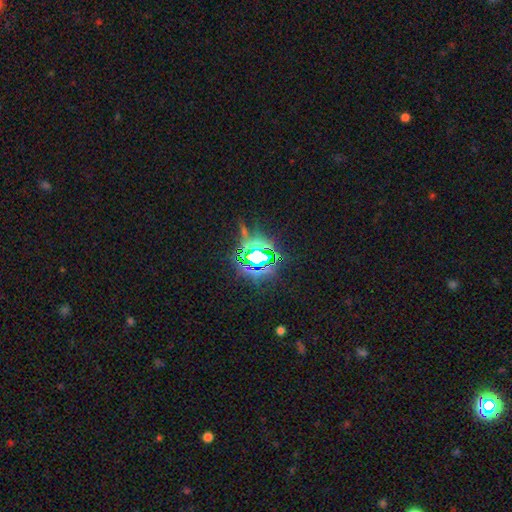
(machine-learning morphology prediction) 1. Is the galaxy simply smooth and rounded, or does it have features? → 77% star or artifact, 12% smooth, 11% featured or disk.